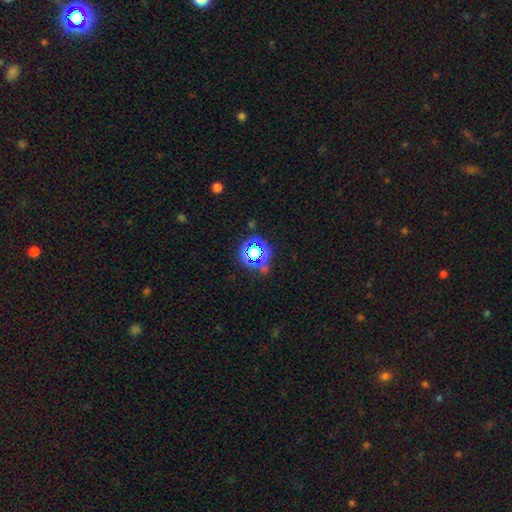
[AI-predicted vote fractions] Q: Smooth or featured?
A: star or artifact (58%); runner-up: smooth (31%)